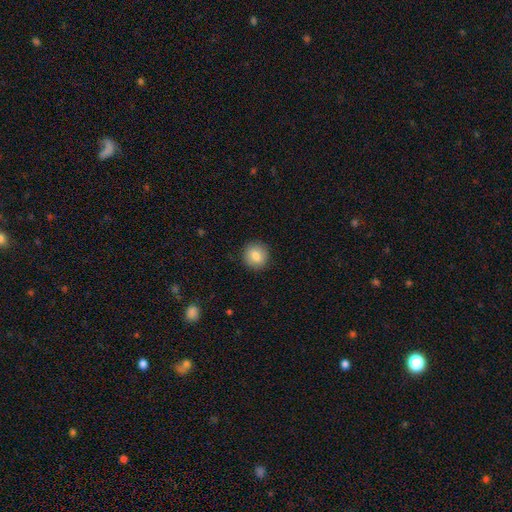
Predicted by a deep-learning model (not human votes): A smooth galaxy with no disk features (80%) that is round (90%).

Vote fractions:
- Smooth or featured? smooth: 80% / featured or disk: 11% / star or artifact: 9%
- How rounded? round: 90% / in between: 9% / cigar-shaped: 1%
- Merging? none: 90% / minor disturbance: 7% / major disturbance: 2% / merger: 1%